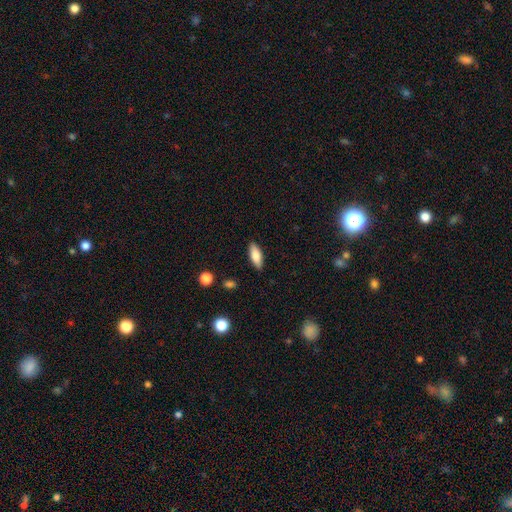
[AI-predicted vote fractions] A smooth galaxy with no disk features (79%) that is in between round and cigar-shaped (72%). Merging: none (87%).